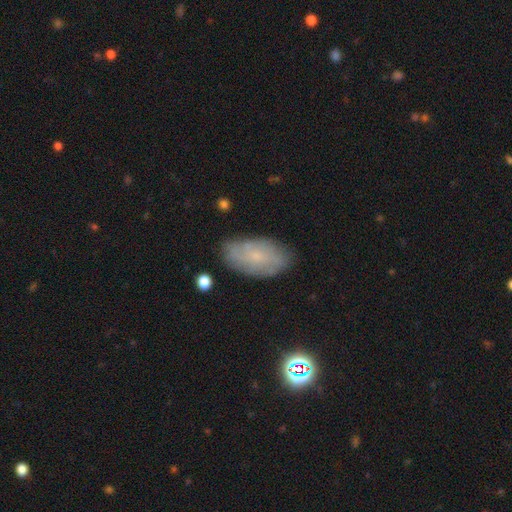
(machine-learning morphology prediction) This appears to be a smooth galaxy with no disk features (48%). Merging: none (79%).